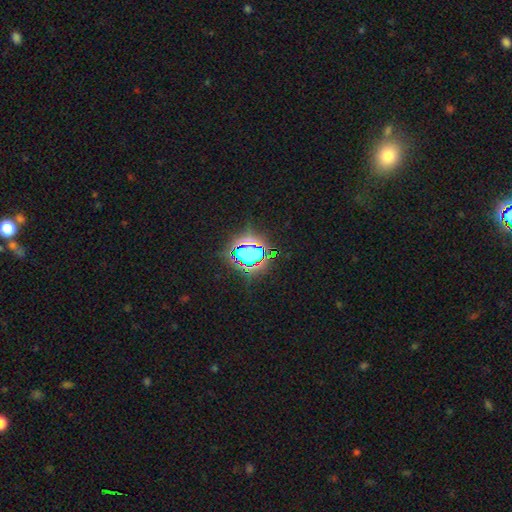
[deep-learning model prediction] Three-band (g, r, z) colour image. It shows a star or artifact, not a galaxy (67%).